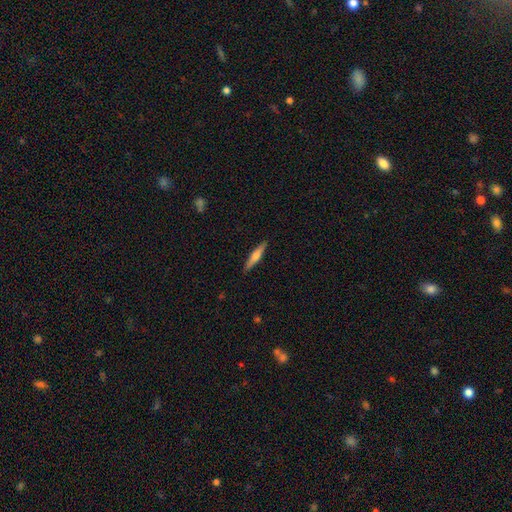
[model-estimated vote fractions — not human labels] Q: Smooth or featured?
A: smooth (48%); runner-up: featured or disk (46%)
Q: Merging?
A: none (90%); runner-up: minor disturbance (7%)